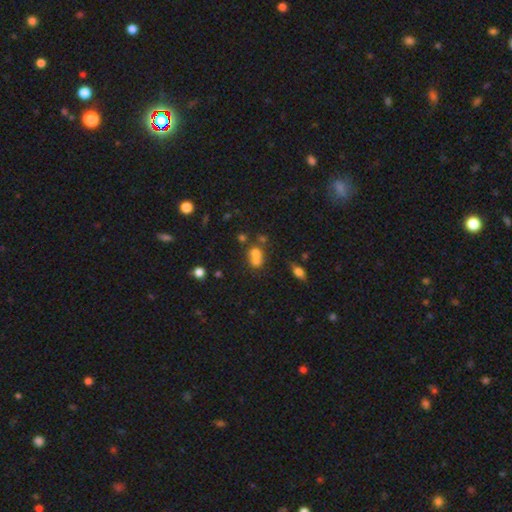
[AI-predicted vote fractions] Morphology: type=smooth (65%); roundness=round (67%); merging=merger (60%).